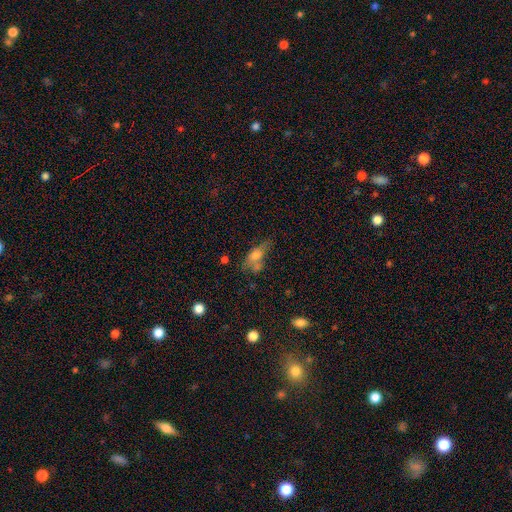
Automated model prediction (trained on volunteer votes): Smooth or featured? Predicted: smooth (p=0.59). How rounded? Predicted: in between (p=0.71). Merging? Predicted: none (p=0.39).